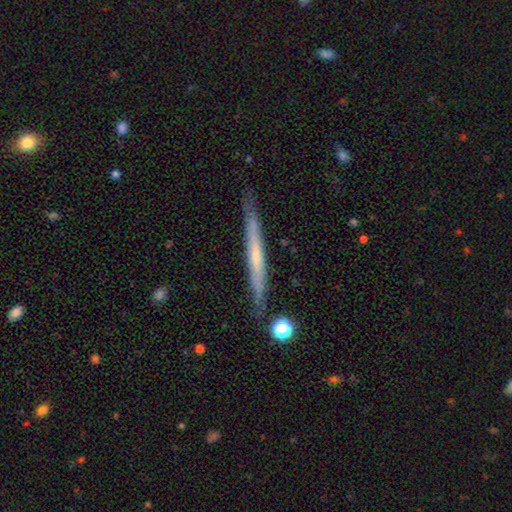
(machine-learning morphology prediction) smooth_or_featured: featured or disk (p=0.56) [alt: smooth p=0.39]
disk_edge_on: yes (p=0.95) [alt: no p=0.05]
edge_on_bulge: none (p=0.69) [alt: rounded p=0.26]
merging: none (p=0.86) [alt: minor disturbance p=0.10]